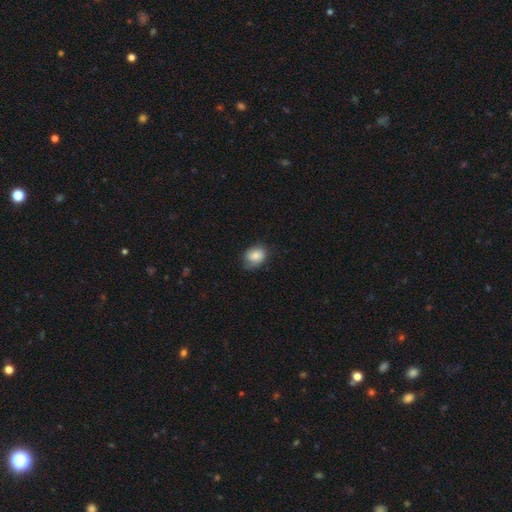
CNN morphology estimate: Smooth or featured? smooth (80%)
How rounded? in between (63%)
Merging? none (65%)